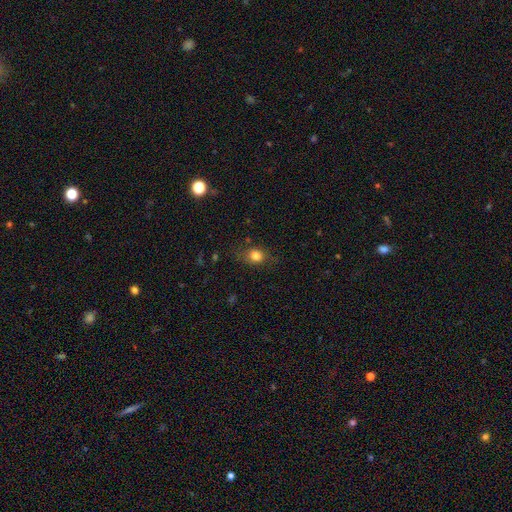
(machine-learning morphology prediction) Smooth or featured: smooth — 79% (star or artifact — 12%)
How rounded: round — 52% (in between — 45%)
Merging: none — 72% (minor disturbance — 20%)